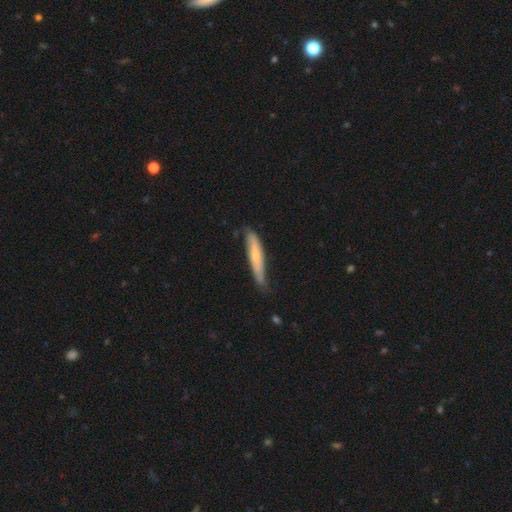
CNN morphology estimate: smooth_or_featured: smooth (p=0.54) [alt: featured or disk p=0.40]
how_rounded: cigar-shaped (p=0.87) [alt: in between p=0.11]
merging: none (p=0.64) [alt: minor disturbance p=0.29]